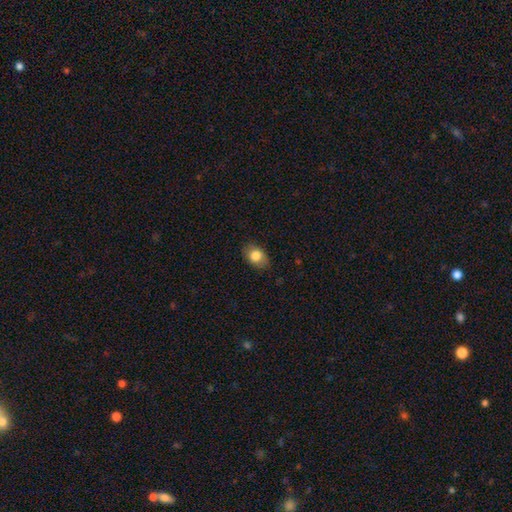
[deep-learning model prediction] Smooth or featured? Predicted: smooth (p=0.82). How rounded? Predicted: in between (p=0.75). Merging? Predicted: none (p=0.81).